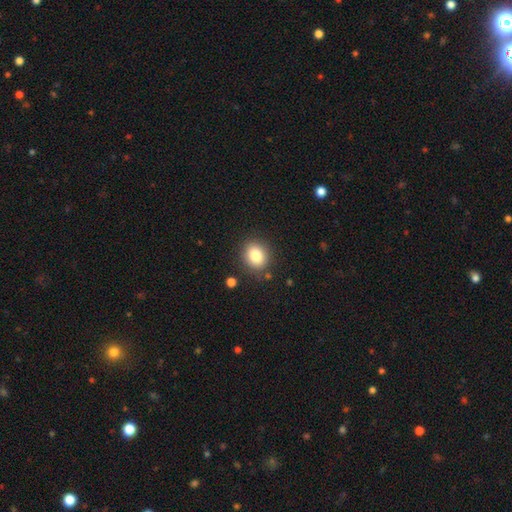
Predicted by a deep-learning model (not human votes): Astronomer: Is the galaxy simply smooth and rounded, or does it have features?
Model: smooth — 82%.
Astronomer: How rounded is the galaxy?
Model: round — 65%.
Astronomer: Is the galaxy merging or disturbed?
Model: none — 86%.